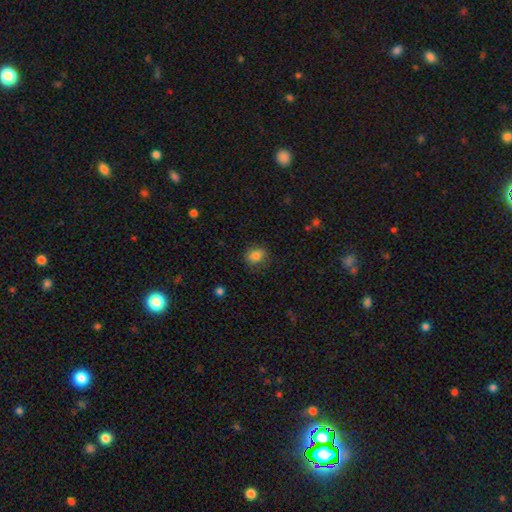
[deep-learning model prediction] smooth 84%, star or artifact 10%, featured or disk 7%. Down the decision tree: how rounded — round (54%); merging — none (79%).